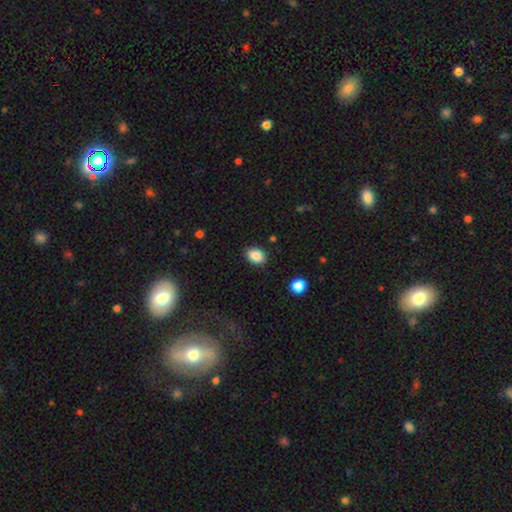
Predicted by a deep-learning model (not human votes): Morphology: type=smooth (88%); roundness=in between (77%); merging=none (87%).